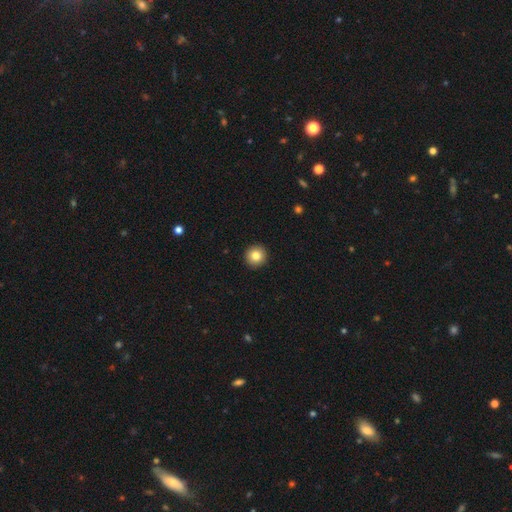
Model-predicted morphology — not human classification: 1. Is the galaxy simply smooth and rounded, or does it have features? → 83% smooth, 10% star or artifact, 8% featured or disk.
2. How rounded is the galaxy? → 95% round, 4% in between, 1% cigar-shaped.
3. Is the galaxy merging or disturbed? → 93% none, 4% minor disturbance, 1% major disturbance, 1% merger.